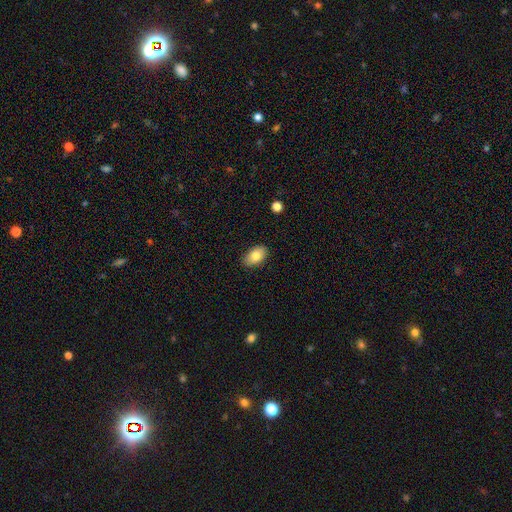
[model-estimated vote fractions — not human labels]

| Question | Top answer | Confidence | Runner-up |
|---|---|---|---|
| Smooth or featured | smooth | 81% | featured or disk (12%) |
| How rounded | in between | 92% | round (6%) |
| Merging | none | 87% | minor disturbance (10%) |